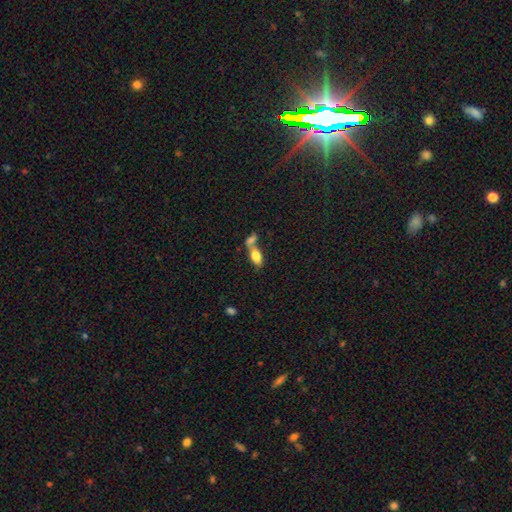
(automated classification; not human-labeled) smooth_or_featured: smooth (p=0.77) [alt: featured or disk p=0.15]
how_rounded: in between (p=0.87) [alt: cigar-shaped p=0.08]
merging: merger (p=0.55) [alt: none p=0.31]